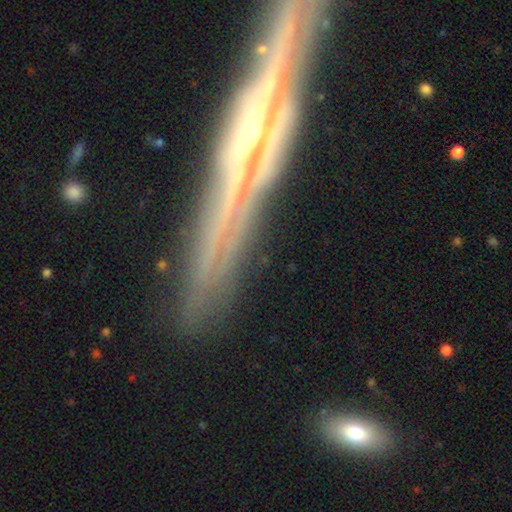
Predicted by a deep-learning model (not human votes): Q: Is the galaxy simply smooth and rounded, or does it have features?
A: featured or disk — 83%.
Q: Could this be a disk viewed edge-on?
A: yes — 94%.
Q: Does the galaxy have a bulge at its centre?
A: rounded — 78%.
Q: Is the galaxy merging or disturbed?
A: none — 84%.